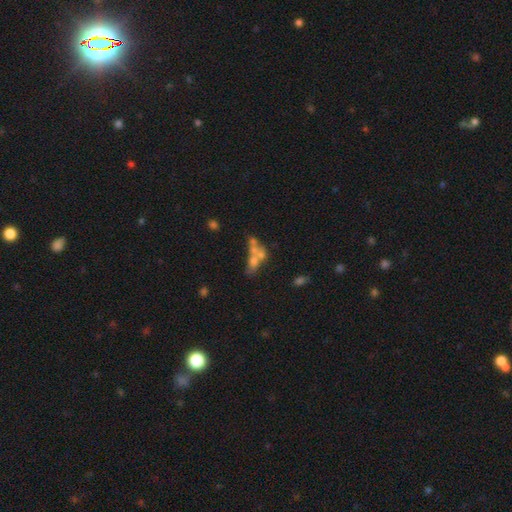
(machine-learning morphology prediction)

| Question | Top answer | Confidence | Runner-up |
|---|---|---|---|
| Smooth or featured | featured or disk | 43% | smooth (41%) |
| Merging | merger | 55% | none (23%) |